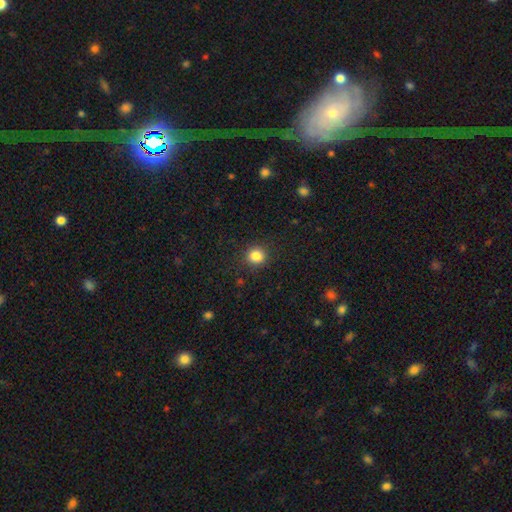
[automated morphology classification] Q: Smooth or featured?
A: smooth (84%); runner-up: star or artifact (12%)
Q: How rounded?
A: round (89%); runner-up: in between (10%)
Q: Merging?
A: none (89%); runner-up: minor disturbance (7%)